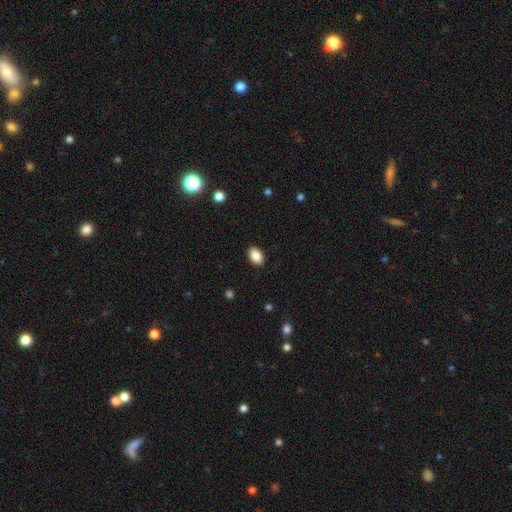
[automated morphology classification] The model was most divided on "how rounded": in between: 89%, round: 10%, cigar-shaped: 1%. More confident: merging — none (89%); smooth or featured — smooth (88%).